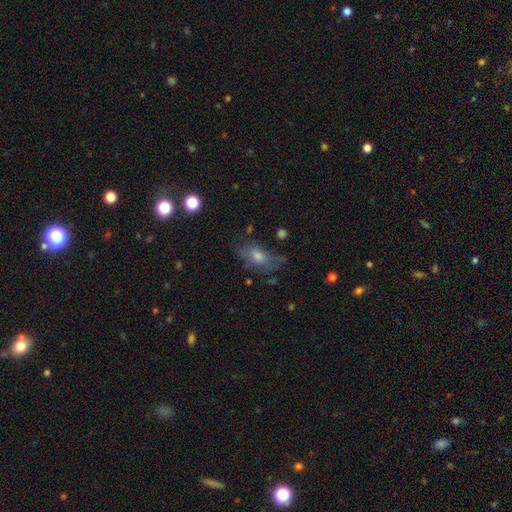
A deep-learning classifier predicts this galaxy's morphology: Smooth or featured: smooth — 49% (featured or disk — 33%)
Merging: none — 62% (minor disturbance — 23%)